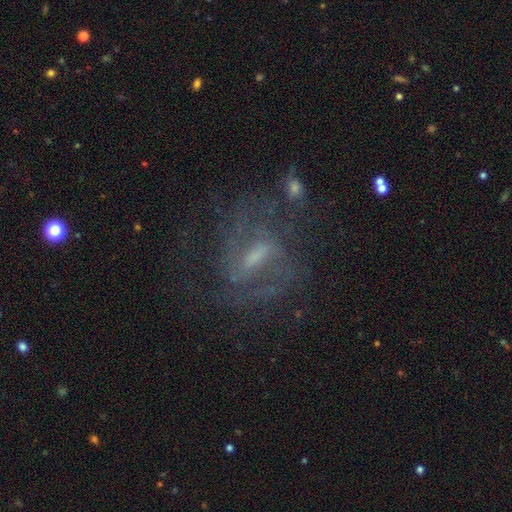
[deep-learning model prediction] Overall: featured or disk (75%). Edge-on disk: no (92%). Bar: weak (48%; strong 39%). Spiral arms: yes (84%). Spiral arm count: 2 (53%; can't tell 30%). Spiral winding: medium (47%; tight 34%). Bulge size: small (42%; moderate 32%). Merging: none (65%).